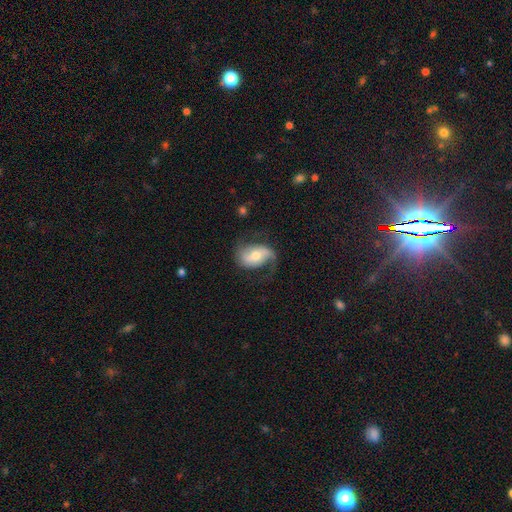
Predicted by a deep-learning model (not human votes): Smooth or featured? featured or disk (66%)
Edge-on disk? no (96%)
Bar? no (41%)
Spiral arms? yes (90%)
Spiral winding? loose (57%)
Spiral arm count? 2 (74%)
Bulge size? moderate (60%)
Merging? none (56%)